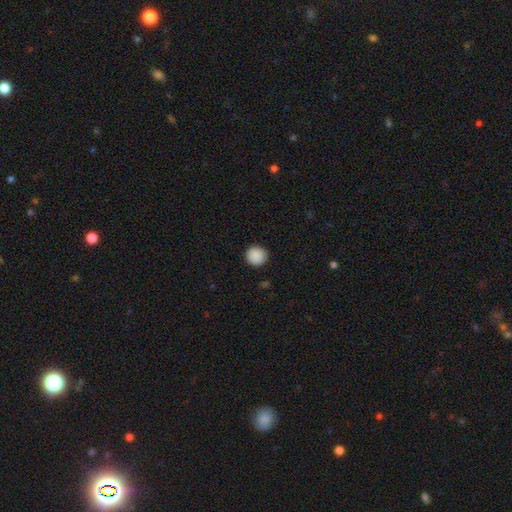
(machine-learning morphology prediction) Smooth or featured? Predicted: smooth (p=0.90). How rounded? Predicted: round (p=0.93). Merging? Predicted: none (p=0.91).